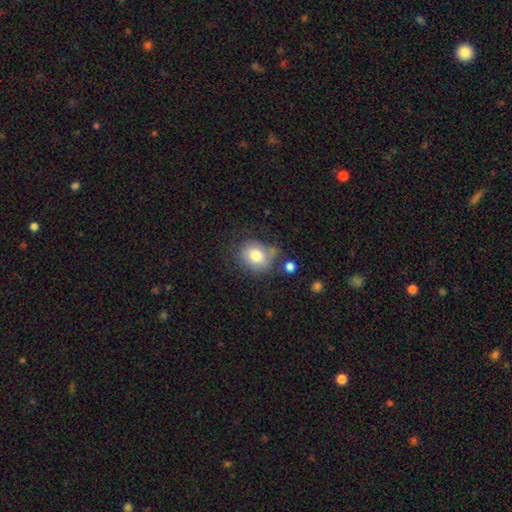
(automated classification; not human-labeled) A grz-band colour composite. It shows a smooth galaxy with no disk features (78%) that is round (62%). Merging: none (59%).